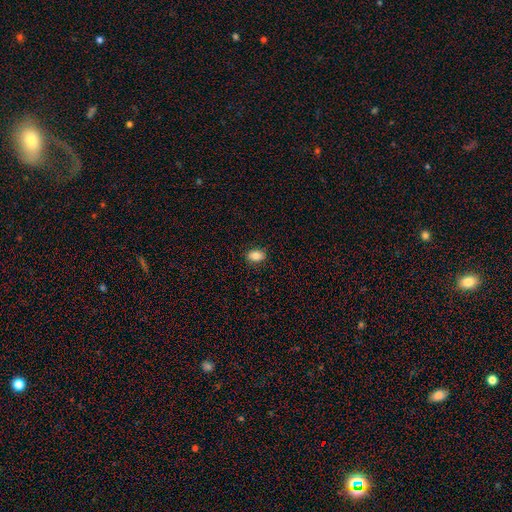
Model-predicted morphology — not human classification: smooth 83%, star or artifact 9%, featured or disk 8%. Down the decision tree: how rounded — in between (74%); merging — none (89%).